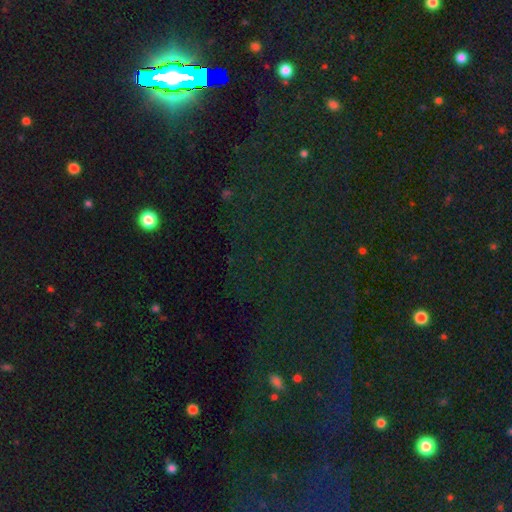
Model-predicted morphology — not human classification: Q: Smooth or featured?
A: star or artifact (79%); runner-up: smooth (12%)